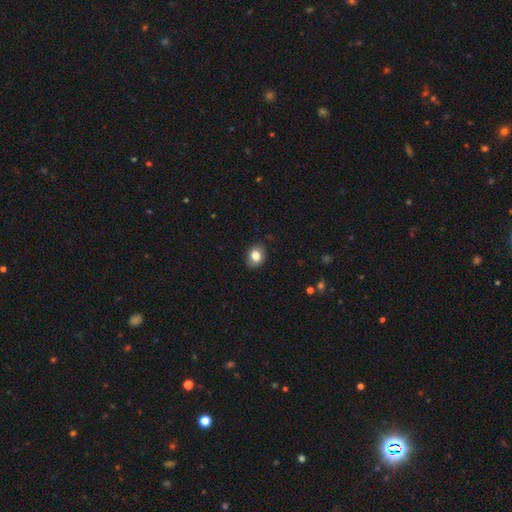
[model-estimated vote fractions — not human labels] smooth 81%, featured or disk 10%, star or artifact 9%. Down the decision tree: how rounded — in between (59%); merging — none (85%).